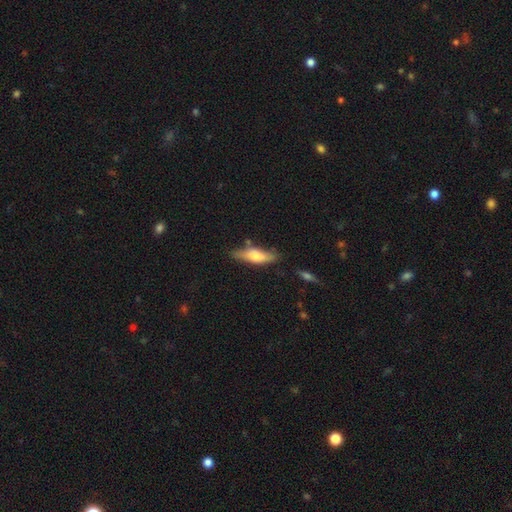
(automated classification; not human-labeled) This is likely a smooth galaxy (60%). How rounded: possibly cigar-shaped (52%). Merging: likely none (70%).